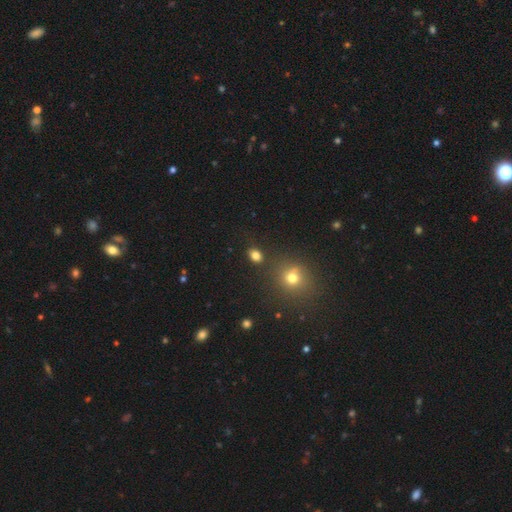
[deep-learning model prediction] Smooth or featured?
  - smooth: 80% *
  - star or artifact: 15%
  - featured or disk: 5%
How rounded?
  - in between: 61% *
  - round: 37%
  - cigar-shaped: 1%
Merging?
  - none: 83% *
  - minor disturbance: 9%
  - merger: 5%
  - major disturbance: 3%